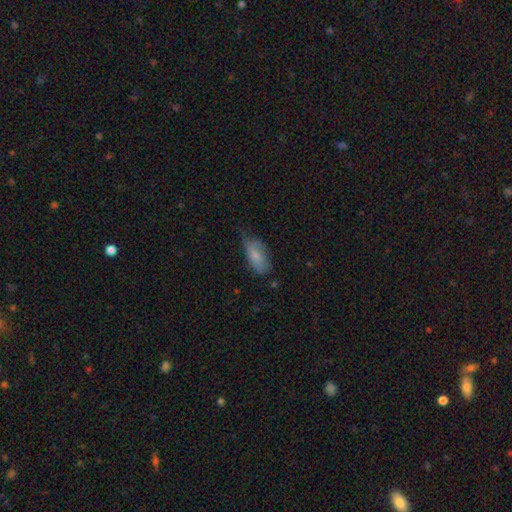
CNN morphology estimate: smooth 75%, featured or disk 19%, star or artifact 7%. Down the decision tree: how rounded — in between (88%); merging — none (53%).